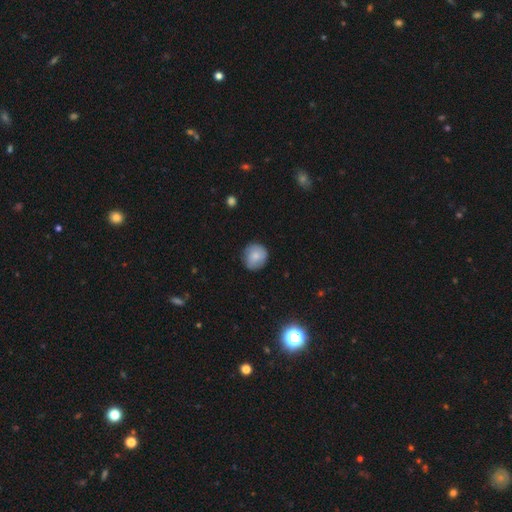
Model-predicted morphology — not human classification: This appears to be a smooth galaxy with no disk features (78%) that is round (89%). Merging: none (81%).